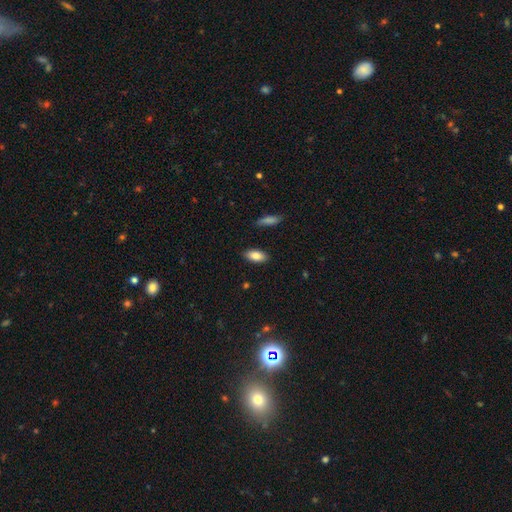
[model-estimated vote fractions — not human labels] Smooth or featured: smooth — 84% (featured or disk — 9%)
How rounded: in between — 89% (cigar-shaped — 8%)
Merging: none — 88% (minor disturbance — 9%)